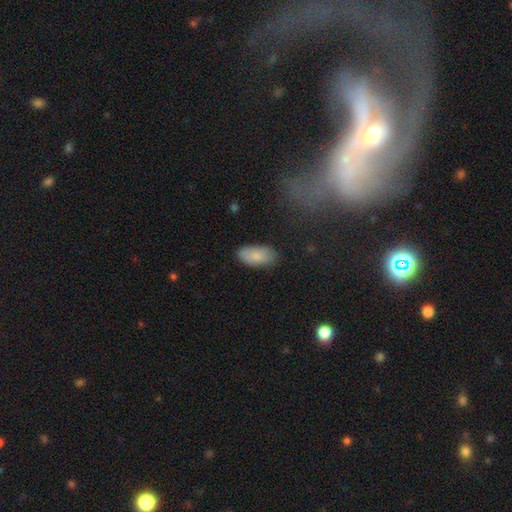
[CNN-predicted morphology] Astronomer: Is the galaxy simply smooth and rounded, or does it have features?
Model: smooth — 81%.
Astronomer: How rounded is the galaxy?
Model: in between — 94%.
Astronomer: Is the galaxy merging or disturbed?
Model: none — 76%.